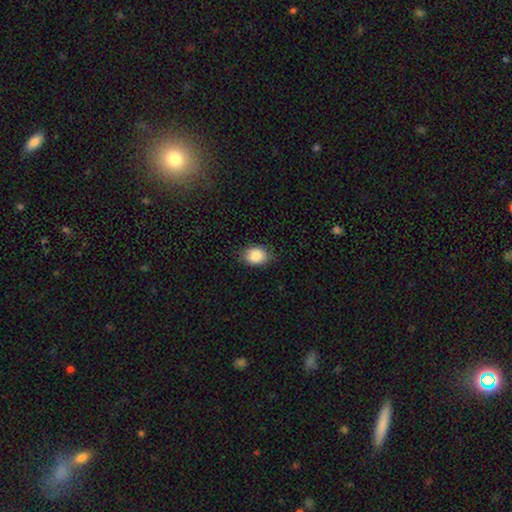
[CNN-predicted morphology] Smooth or featured: smooth — 88% (star or artifact — 8%)
How rounded: in between — 67% (round — 32%)
Merging: none — 82% (minor disturbance — 15%)